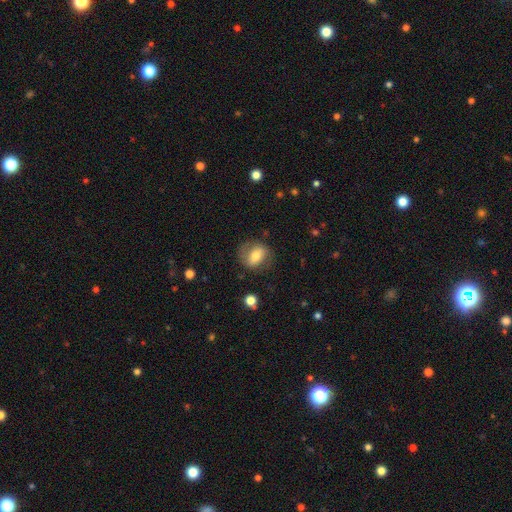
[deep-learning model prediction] This appears to be a smooth galaxy with no disk features (59%) that is in between round and cigar-shaped (53%). Merging: none (72%).